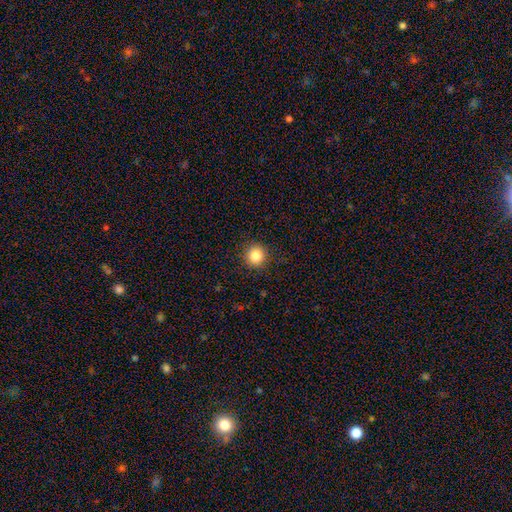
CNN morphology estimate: smooth-or-featured: smooth: 84% | star or artifact: 11% | featured or disk: 5%
  how-rounded: round: 93% | in between: 6% | cigar-shaped: 1%
  merging: none: 91% | minor disturbance: 6% | major disturbance: 2% | merger: 1%